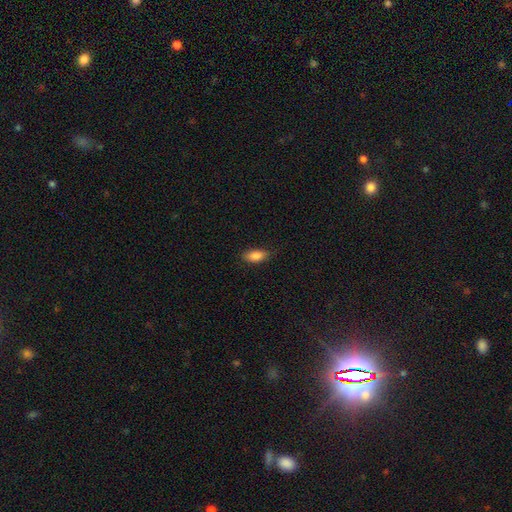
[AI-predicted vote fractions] Smooth or featured?
  - smooth: 87% *
  - star or artifact: 7%
  - featured or disk: 6%
How rounded?
  - in between: 87% *
  - cigar-shaped: 10%
  - round: 3%
Merging?
  - none: 82% *
  - minor disturbance: 14%
  - major disturbance: 3%
  - merger: 1%